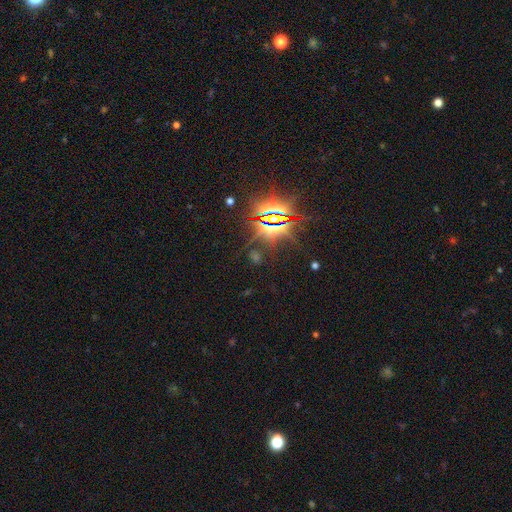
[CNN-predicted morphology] Smooth or featured: star or artifact — 79% (smooth — 12%)